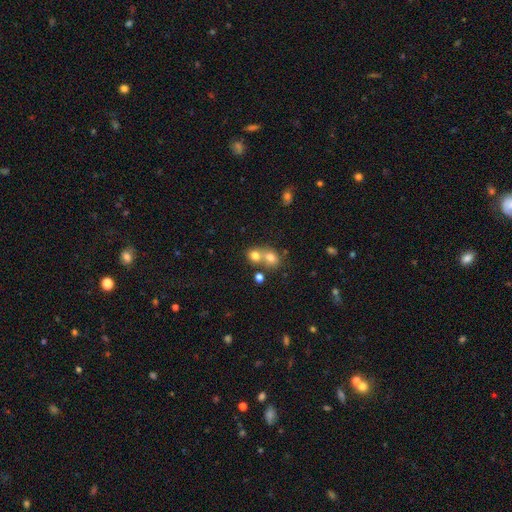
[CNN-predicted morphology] Overall: smooth (73%). How rounded: round (72%). Merging: merger (59%; none 33%).